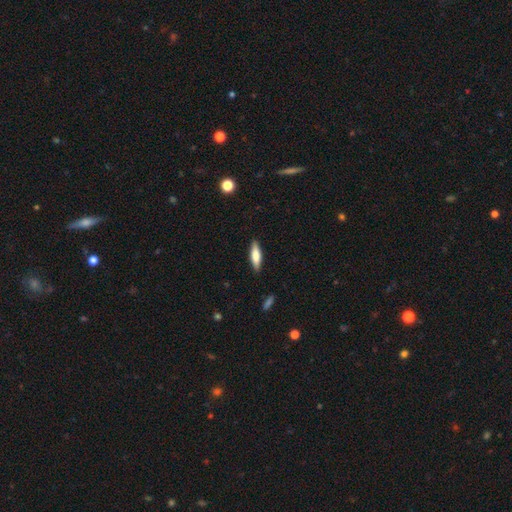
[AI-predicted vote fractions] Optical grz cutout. It shows a smooth galaxy with no disk features (71%) that is cigar-shaped (61%). Merging: none (88%).